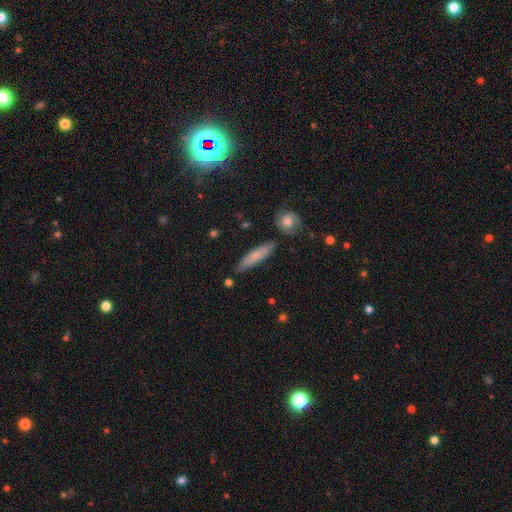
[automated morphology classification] Smooth or featured?
  - smooth: 72% *
  - featured or disk: 21%
  - star or artifact: 6%
How rounded?
  - cigar-shaped: 83% *
  - in between: 15%
  - round: 2%
Merging?
  - none: 81% *
  - minor disturbance: 12%
  - merger: 4%
  - major disturbance: 2%